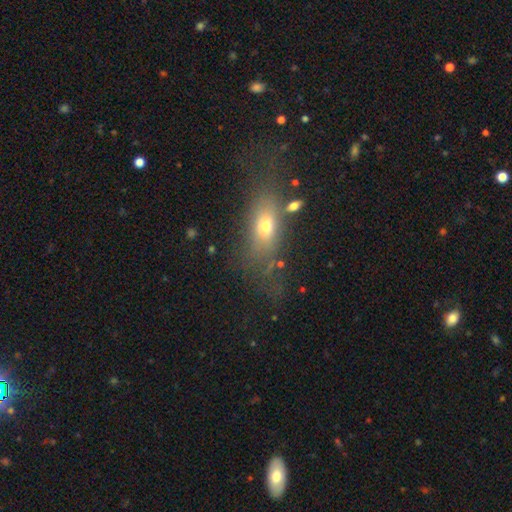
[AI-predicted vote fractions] The model was most divided on "smooth or featured": smooth: 54%, featured or disk: 25%, star or artifact: 21%. More confident: merging — none (64%); how rounded — in between (61%).